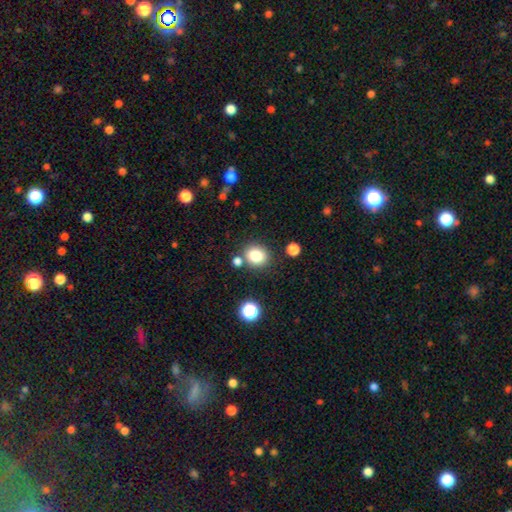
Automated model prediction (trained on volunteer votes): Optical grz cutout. It shows a smooth galaxy with no disk features (81%) that is round (76%). Merging: none (78%).